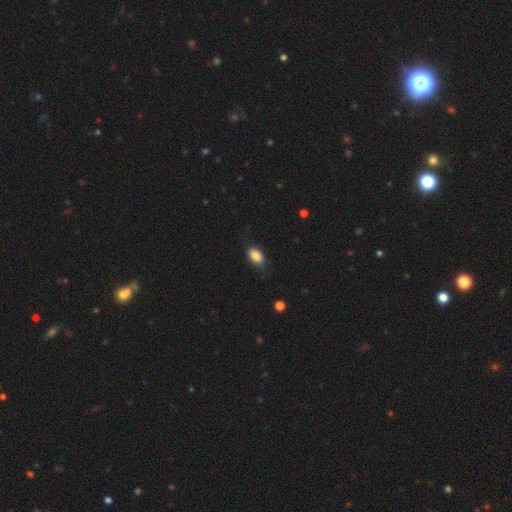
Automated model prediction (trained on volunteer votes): Smooth or featured? Predicted: smooth (p=0.87). How rounded? Predicted: in between (p=0.90). Merging? Predicted: none (p=0.75).